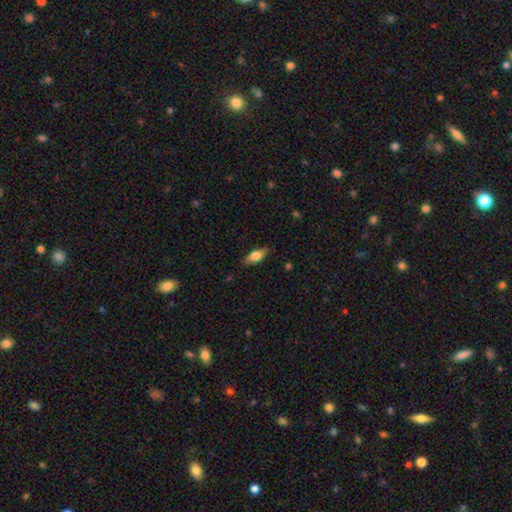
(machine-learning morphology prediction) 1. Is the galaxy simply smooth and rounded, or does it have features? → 71% smooth, 22% featured or disk, 7% star or artifact.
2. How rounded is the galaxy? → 76% in between, 20% cigar-shaped, 3% round.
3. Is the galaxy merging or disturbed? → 84% none, 12% minor disturbance, 2% major disturbance, 1% merger.